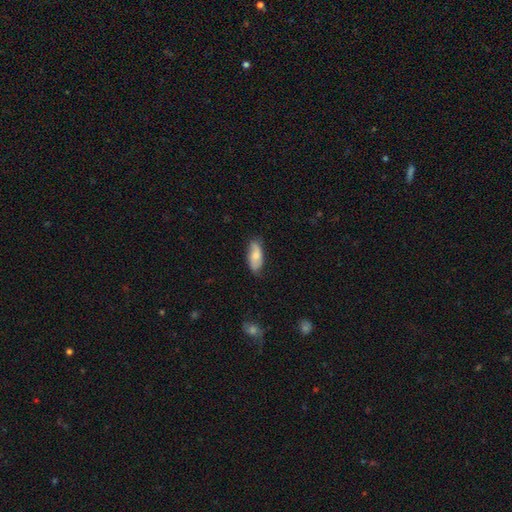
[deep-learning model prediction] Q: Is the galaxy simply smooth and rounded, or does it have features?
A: smooth — 70%.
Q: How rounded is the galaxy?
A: in between — 82%.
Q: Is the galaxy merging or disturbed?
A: none — 76%.